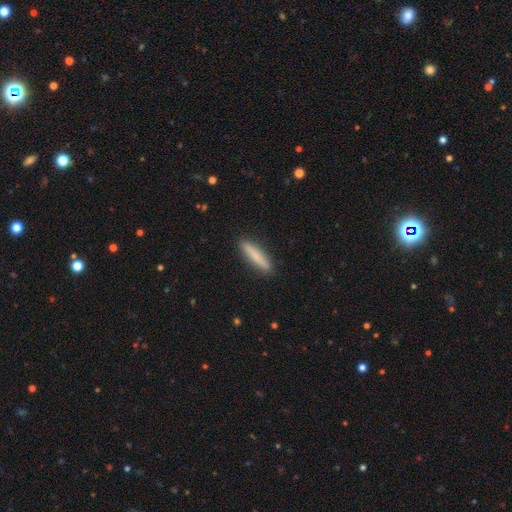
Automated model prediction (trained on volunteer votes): Smooth or featured?
  - smooth: 79% *
  - featured or disk: 15%
  - star or artifact: 6%
How rounded?
  - cigar-shaped: 88% *
  - in between: 11%
  - round: 1%
Merging?
  - none: 91% *
  - minor disturbance: 7%
  - major disturbance: 2%
  - merger: 1%